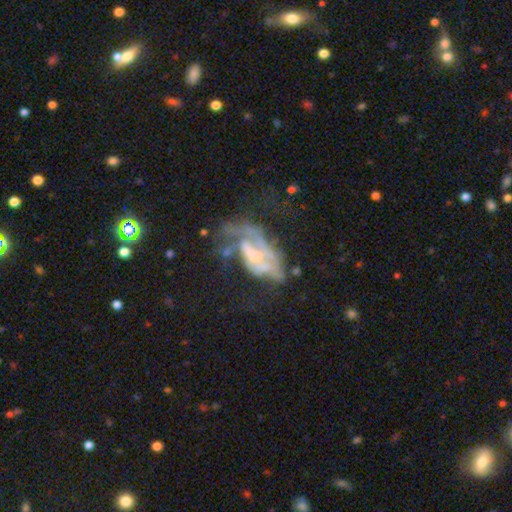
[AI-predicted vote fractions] Smooth or featured: featured or disk — 70% (smooth — 20%)
Edge-on disk: no — 93% (yes — 7%)
Bar: no — 59% (weak — 29%)
Spiral arms: no — 50% (tied with yes — 50%)
Bulge size: moderate — 35% (small — 29%)
Merging: major disturbance — 45% (none — 25%)